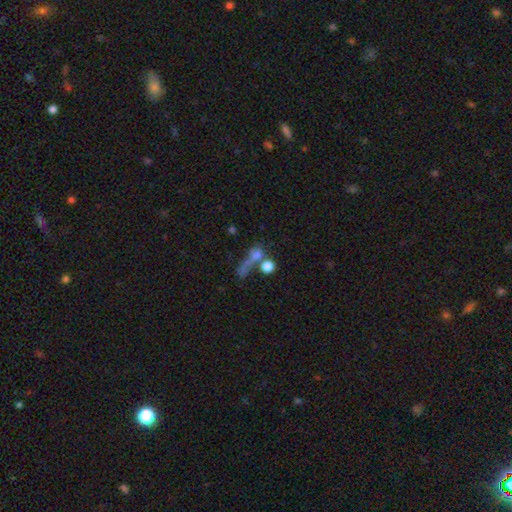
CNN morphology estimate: The model was most divided on "merging": merger: 40%, none: 32%, major disturbance: 18%, minor disturbance: 9%. More confident: how rounded — round (69%); smooth or featured — smooth (57%).